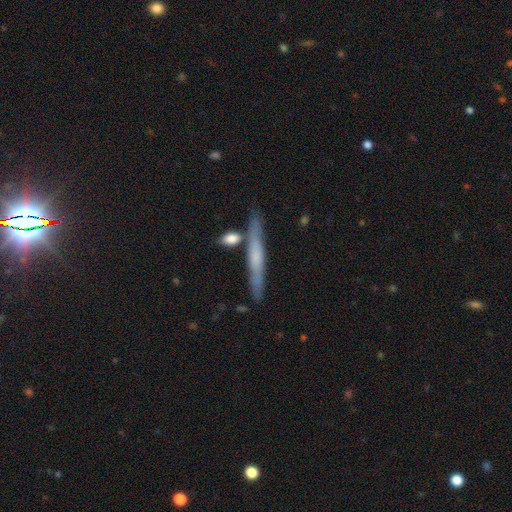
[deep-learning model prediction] Smooth or featured: featured or disk — 50% (smooth — 44%)
Merging: none — 81% (minor disturbance — 10%)